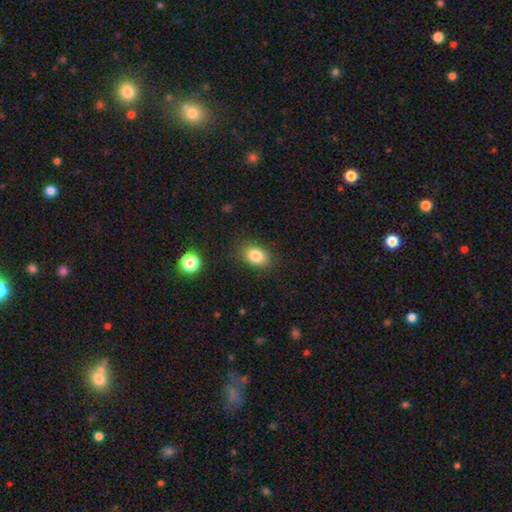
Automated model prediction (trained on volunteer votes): The model was most divided on "how rounded": in between: 76%, round: 23%, cigar-shaped: 1%. More confident: smooth or featured — smooth (83%); merging — none (83%).